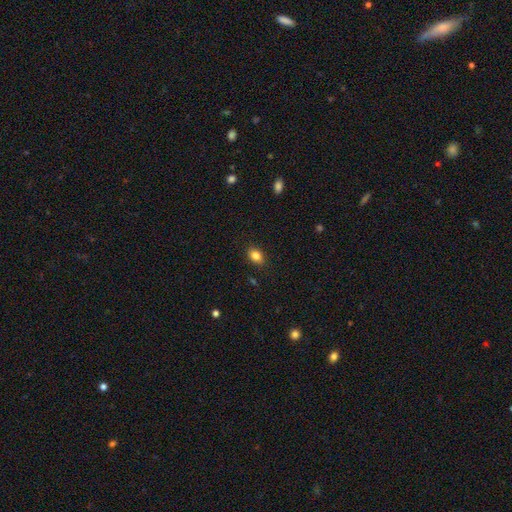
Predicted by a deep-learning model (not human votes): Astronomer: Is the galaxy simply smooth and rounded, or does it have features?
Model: smooth — 84%.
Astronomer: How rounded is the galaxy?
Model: in between — 73%.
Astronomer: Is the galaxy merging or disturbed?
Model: none — 87%.